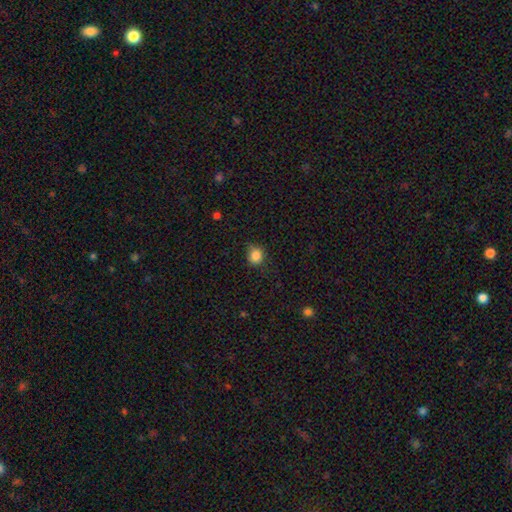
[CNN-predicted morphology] type=smooth (85%); roundness=round (80%); merging=none (76%).